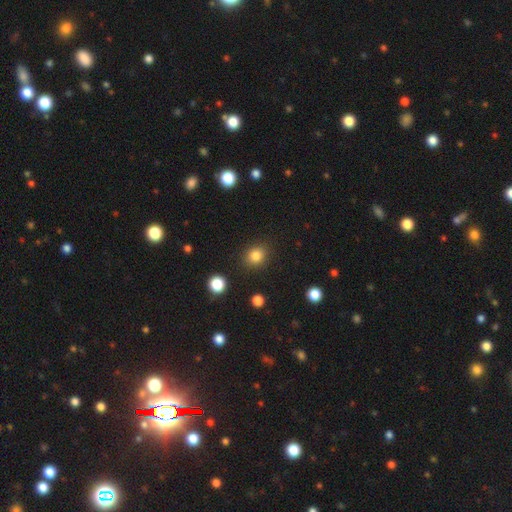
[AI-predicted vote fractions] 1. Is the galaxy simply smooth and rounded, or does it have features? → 83% smooth, 12% star or artifact, 5% featured or disk.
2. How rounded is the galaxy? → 72% round, 27% in between, 1% cigar-shaped.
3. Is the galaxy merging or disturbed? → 87% none, 8% minor disturbance, 3% major disturbance, 2% merger.